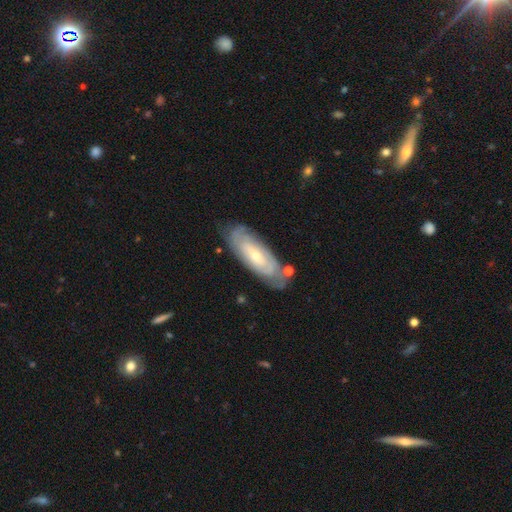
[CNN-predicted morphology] The model was most divided on "bulge size": small: 63%, moderate: 34%, large: 2%, none: 1%, dominant: 1%. More confident: edge-on disk — no (86%); spiral arms — yes (77%); merging — none (74%); bar — no (72%); smooth or featured — featured or disk (69%).